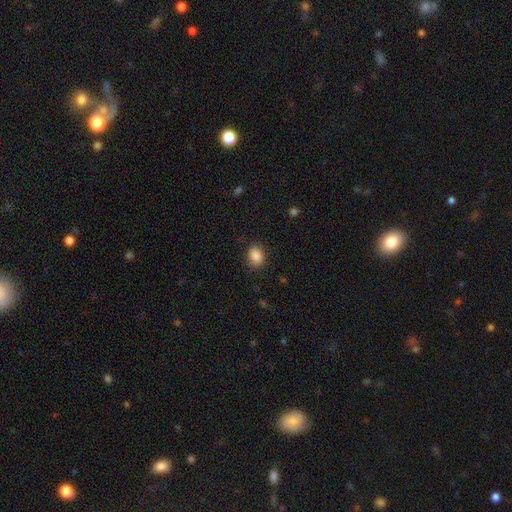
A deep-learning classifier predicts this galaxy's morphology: A smooth galaxy with no disk features (88%) that is in between round and cigar-shaped (67%).

Vote fractions:
- Smooth or featured? smooth: 88% / star or artifact: 8% / featured or disk: 3%
- How rounded? in between: 67% / round: 32% / cigar-shaped: 1%
- Merging? none: 84% / minor disturbance: 12% / major disturbance: 3% / merger: 1%